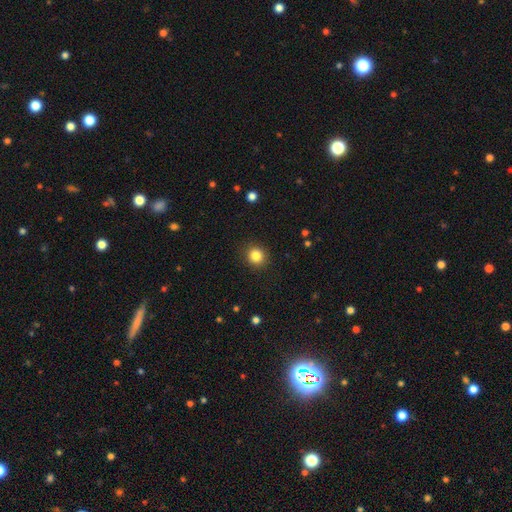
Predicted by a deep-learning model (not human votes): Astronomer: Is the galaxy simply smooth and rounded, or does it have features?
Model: smooth — 84%.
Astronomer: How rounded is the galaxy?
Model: round — 89%.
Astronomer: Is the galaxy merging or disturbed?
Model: none — 90%.